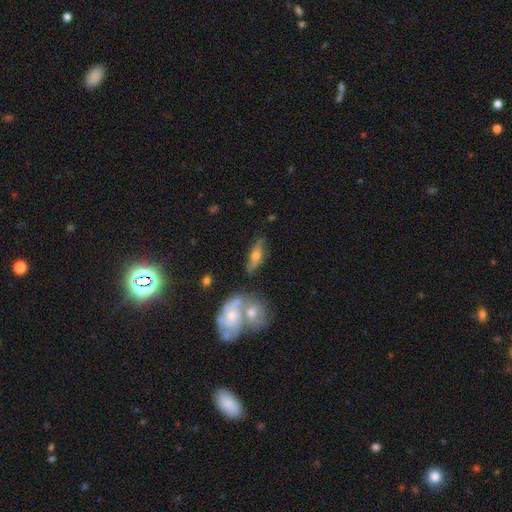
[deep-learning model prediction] smooth_or_featured: featured or disk (p=0.53) [alt: smooth p=0.38]
disk_edge_on: no (p=0.62) [alt: yes p=0.38]
merging: none (p=0.58) [alt: minor disturbance p=0.19]